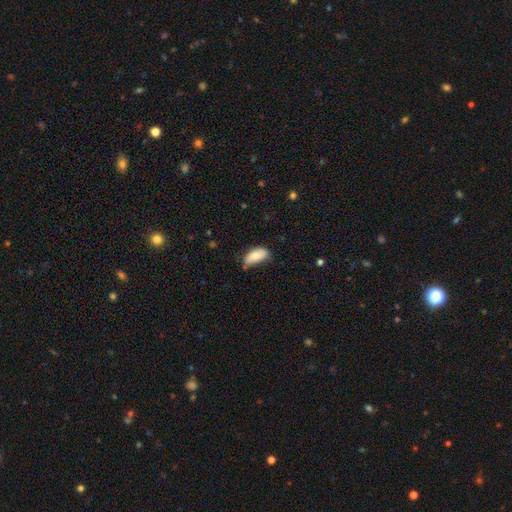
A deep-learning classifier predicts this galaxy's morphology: Smooth or featured? smooth (79%)
How rounded? in between (91%)
Merging? none (47%)